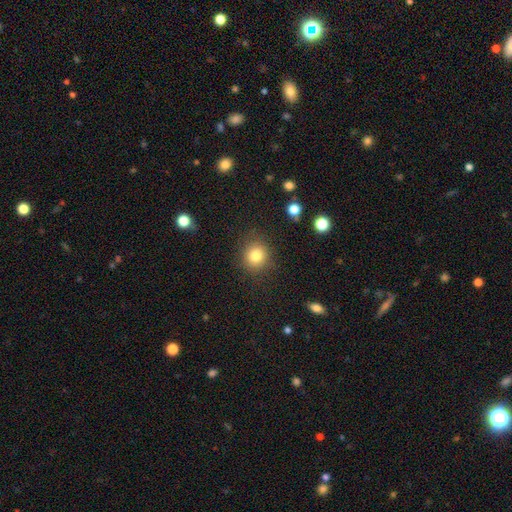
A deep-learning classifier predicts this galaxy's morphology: Smooth or featured: smooth — 82% (star or artifact — 11%)
How rounded: round — 84% (in between — 15%)
Merging: none — 87% (minor disturbance — 9%)